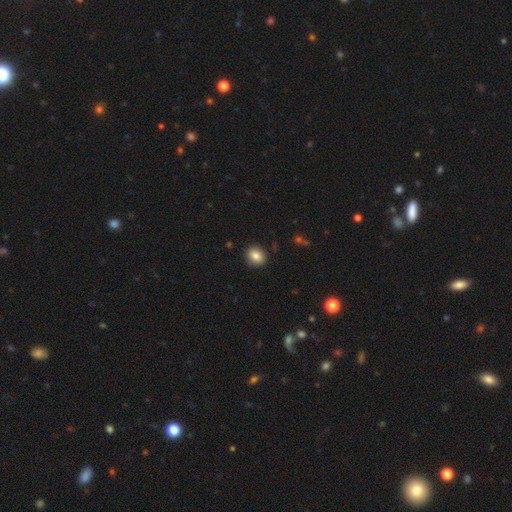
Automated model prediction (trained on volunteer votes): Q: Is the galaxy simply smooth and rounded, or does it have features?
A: smooth — 85%.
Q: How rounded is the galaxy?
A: round — 60%.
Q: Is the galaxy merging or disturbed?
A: none — 88%.